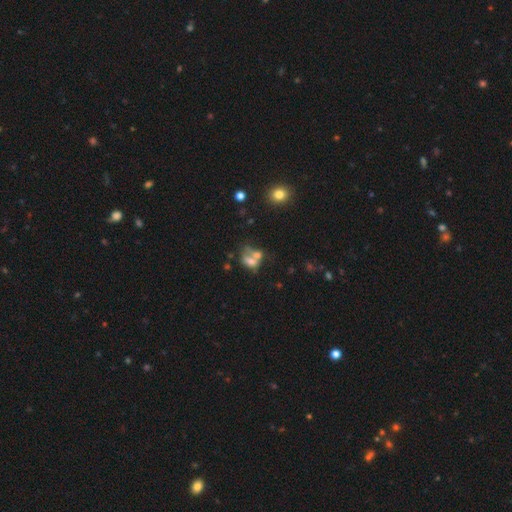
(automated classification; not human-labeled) Morphology: type=smooth (52%); roundness=in between (63%); merging=merger (55%).